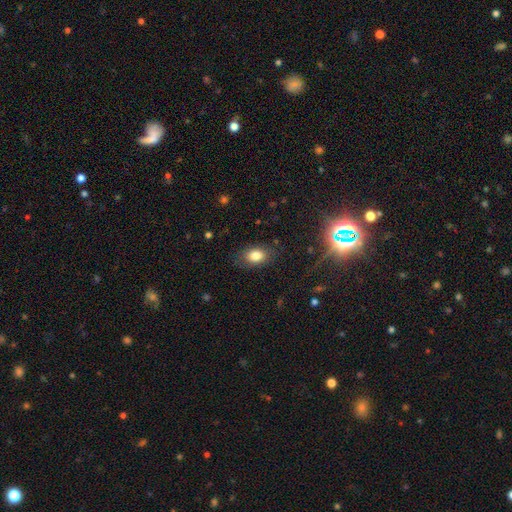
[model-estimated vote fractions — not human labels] Morphology: type=smooth (80%); roundness=in between (84%); merging=none (80%).